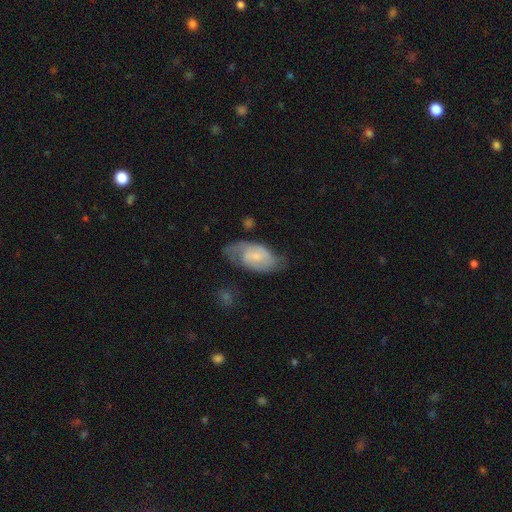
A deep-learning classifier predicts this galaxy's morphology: featured or disk 66%, smooth 27%, star or artifact 6%. Down the decision tree: edge-on disk — no (95%); bar — weak (47%); spiral arms — yes (89%); spiral arm count — 2 (74%); spiral winding — medium (45%); bulge size — small (58%); merging — none (57%).